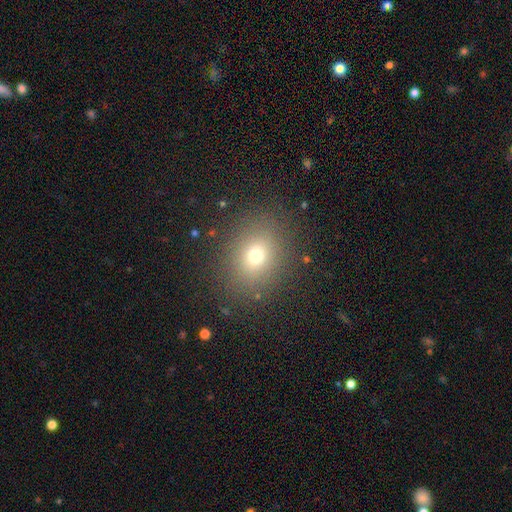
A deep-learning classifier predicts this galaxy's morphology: This is likely a smooth galaxy (70%). How rounded: likely round (63%). Merging: clearly none (86%).